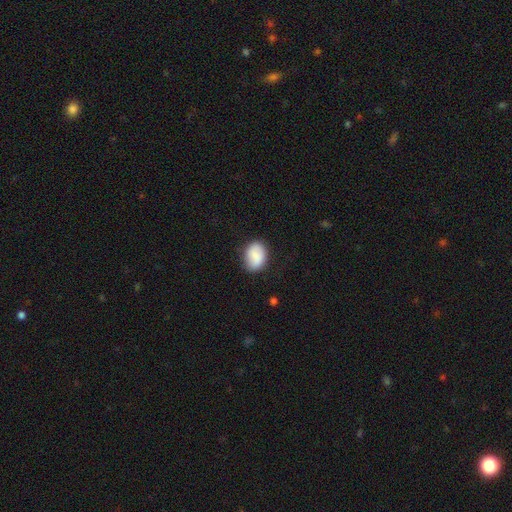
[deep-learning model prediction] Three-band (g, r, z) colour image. It shows a smooth galaxy with no disk features (84%) that is in between round and cigar-shaped (70%). Merging: none (79%).